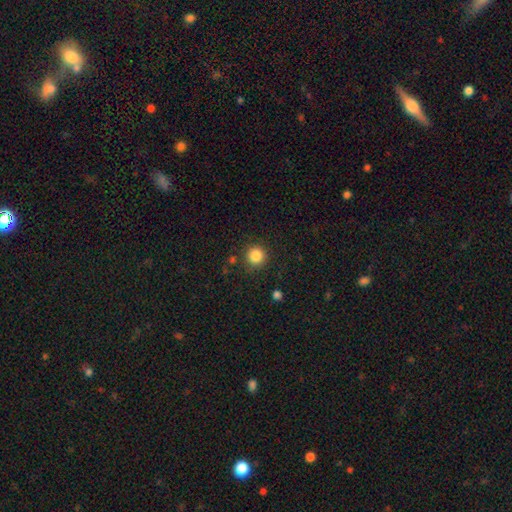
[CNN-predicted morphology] type=smooth (85%); roundness=round (94%); merging=none (87%).